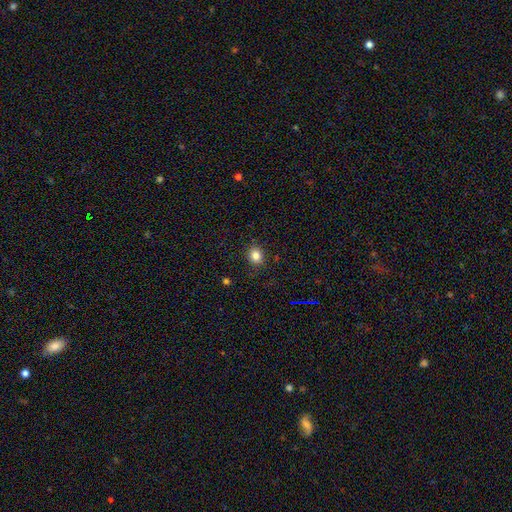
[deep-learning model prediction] Overall: smooth (83%). How rounded: round (66%; in between 33%). Merging: none (88%).